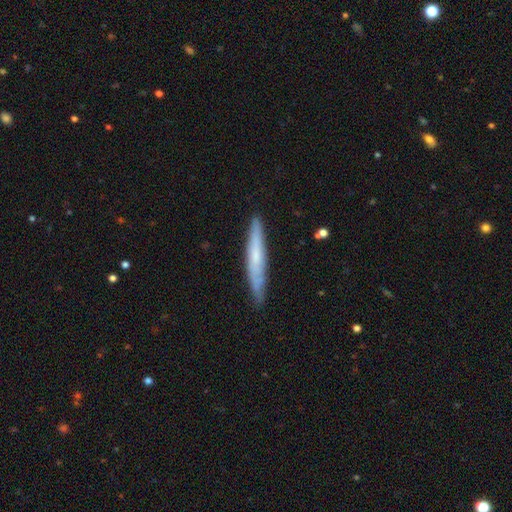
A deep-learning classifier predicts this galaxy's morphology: Q: Smooth or featured?
A: smooth (50%); runner-up: featured or disk (44%)
Q: Merging?
A: none (84%); runner-up: minor disturbance (13%)